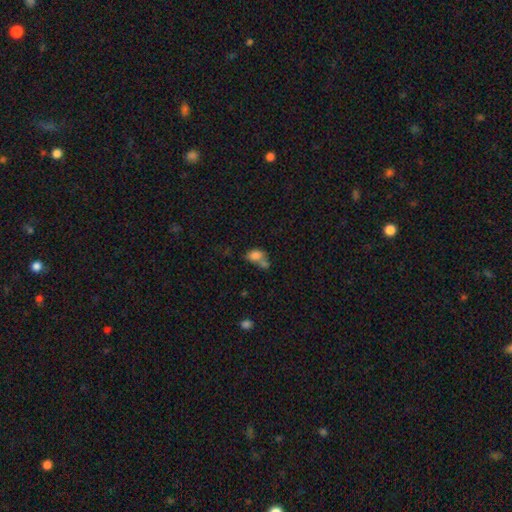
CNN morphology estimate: Smooth or featured: smooth — 78% (featured or disk — 11%)
How rounded: in between — 80% (round — 18%)
Merging: merger — 55% (none — 24%)